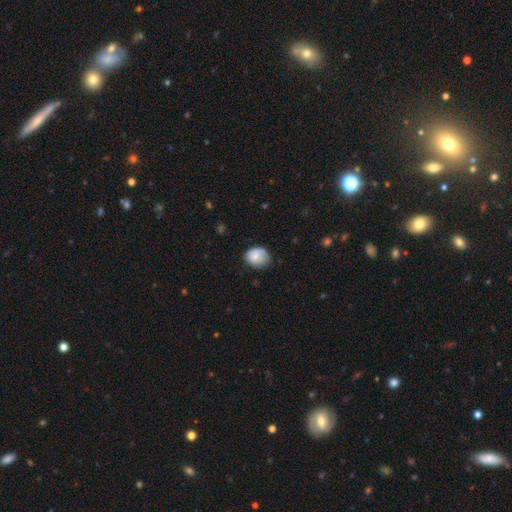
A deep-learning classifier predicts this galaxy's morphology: smooth_or_featured: smooth (p=0.80) [alt: featured or disk p=0.12]
how_rounded: round (p=0.57) [alt: in between p=0.42]
merging: none (p=0.61) [alt: minor disturbance p=0.30]